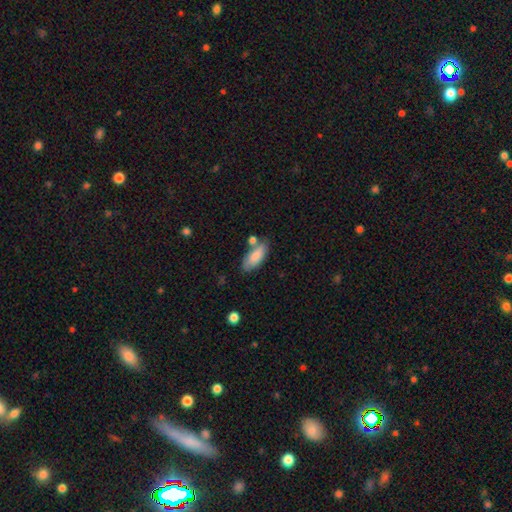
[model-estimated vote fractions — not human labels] smooth 83%, featured or disk 10%, star or artifact 6%. Down the decision tree: how rounded — in between (78%); merging — none (63%).